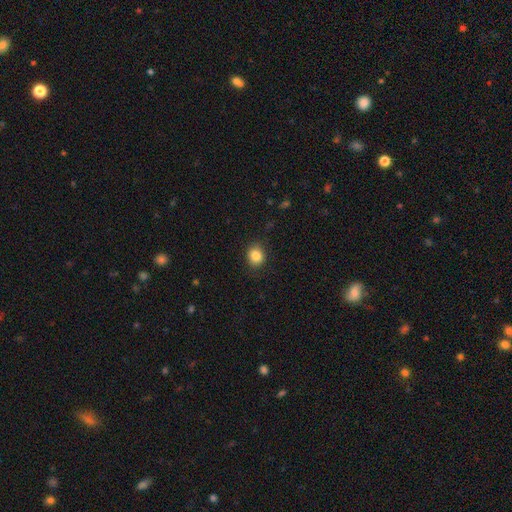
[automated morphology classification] Smooth or featured? Predicted: smooth (p=0.85). How rounded? Predicted: round (p=0.70). Merging? Predicted: none (p=0.86).